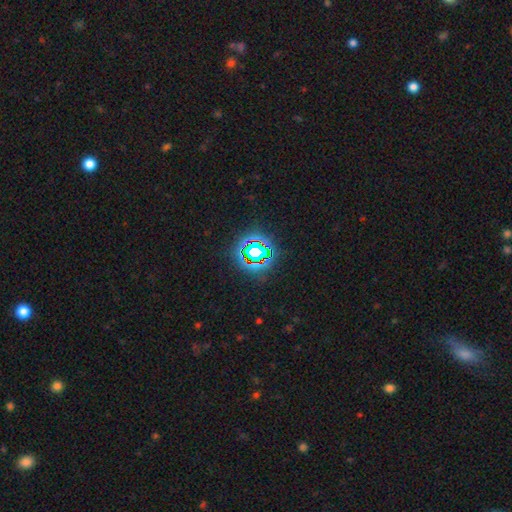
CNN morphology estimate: A star or artifact, not a galaxy (74%).